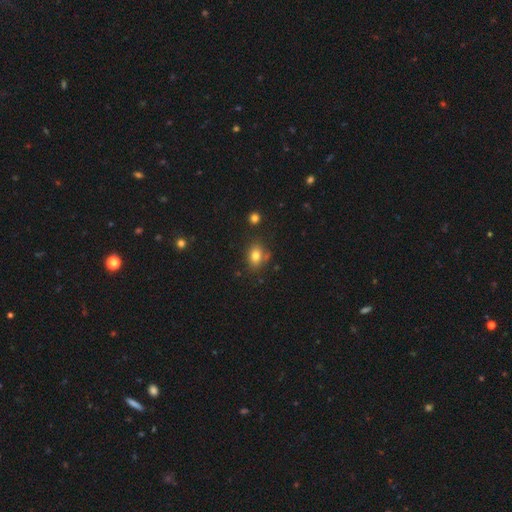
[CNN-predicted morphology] Smooth or featured?
  - smooth: 78% *
  - star or artifact: 12%
  - featured or disk: 10%
How rounded?
  - in between: 66% *
  - round: 32%
  - cigar-shaped: 2%
Merging?
  - none: 71% *
  - minor disturbance: 18%
  - merger: 7%
  - major disturbance: 4%